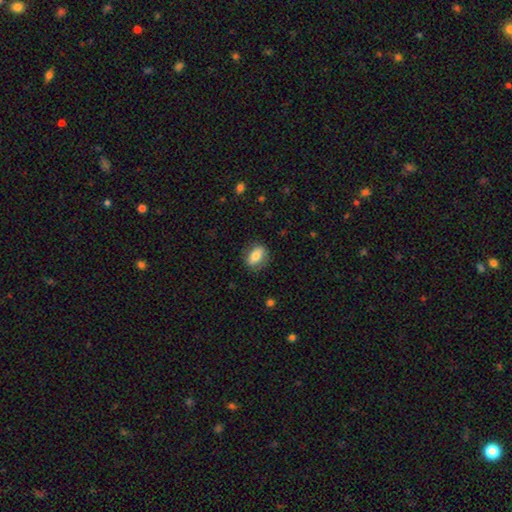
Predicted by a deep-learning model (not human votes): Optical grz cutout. It shows a smooth galaxy with no disk features (73%) that is in between round and cigar-shaped (78%). Merging: none (80%).